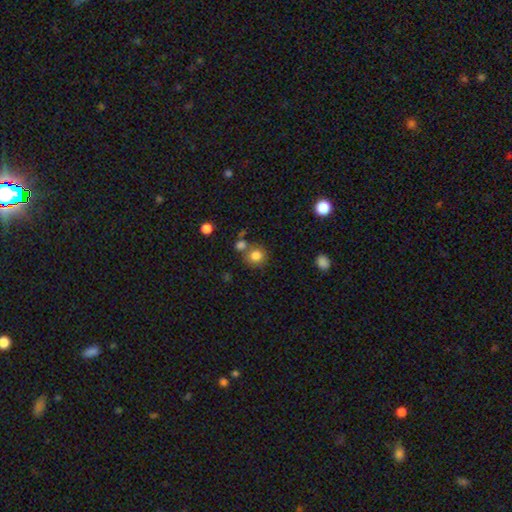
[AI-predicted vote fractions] Smooth or featured: smooth — 82% (star or artifact — 11%)
How rounded: round — 86% (in between — 13%)
Merging: none — 68% (merger — 18%)